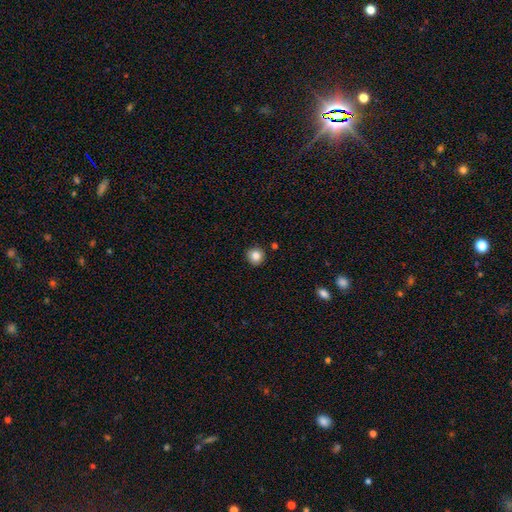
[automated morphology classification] The model was most divided on "smooth or featured": smooth: 84%, star or artifact: 10%, featured or disk: 5%. More confident: how rounded — round (94%); merging — none (90%).